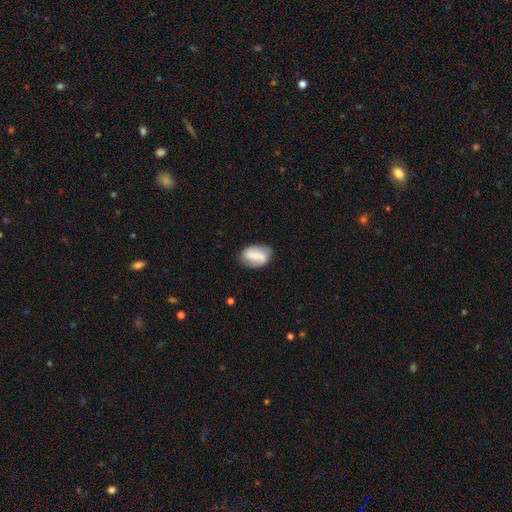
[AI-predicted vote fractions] Morphology: type=featured or disk (52%); edge-on=no (96%); bar=weak (38%); spiral arms=yes (81%); bulge=small (56%); merging=none (73%).